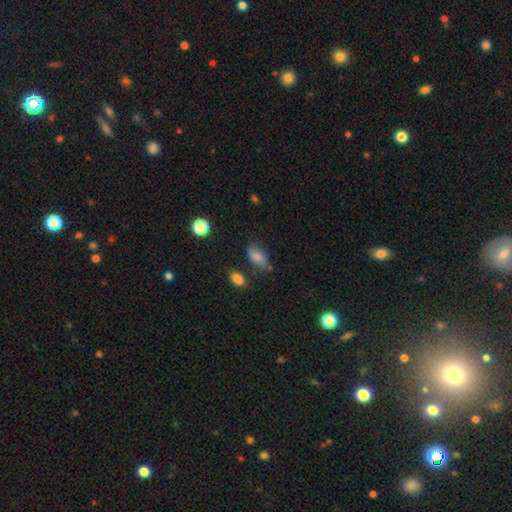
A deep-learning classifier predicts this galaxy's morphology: Q: Smooth or featured?
A: smooth (75%); runner-up: featured or disk (15%)
Q: How rounded?
A: in between (89%); runner-up: round (6%)
Q: Merging?
A: none (58%); runner-up: minor disturbance (27%)